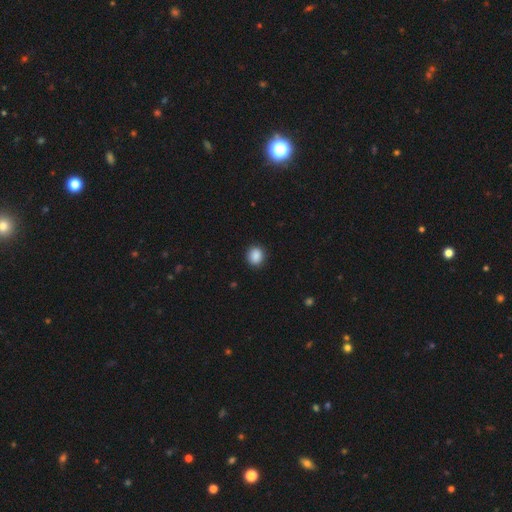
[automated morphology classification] This is clearly a smooth galaxy (89%). How rounded: likely round (74%). Merging: clearly none (90%).